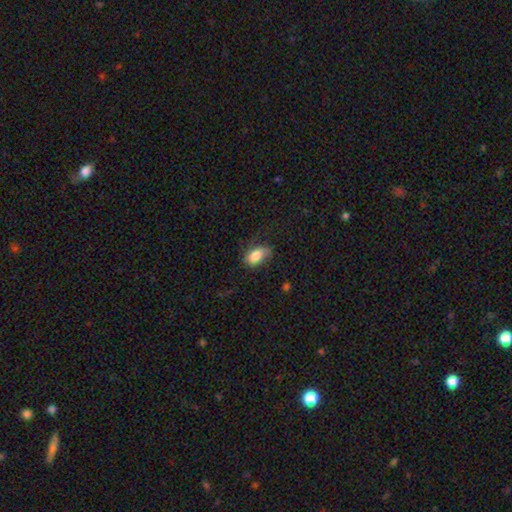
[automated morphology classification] Smooth or featured? Predicted: smooth (p=0.81). How rounded? Predicted: in between (p=0.90). Merging? Predicted: none (p=0.55).